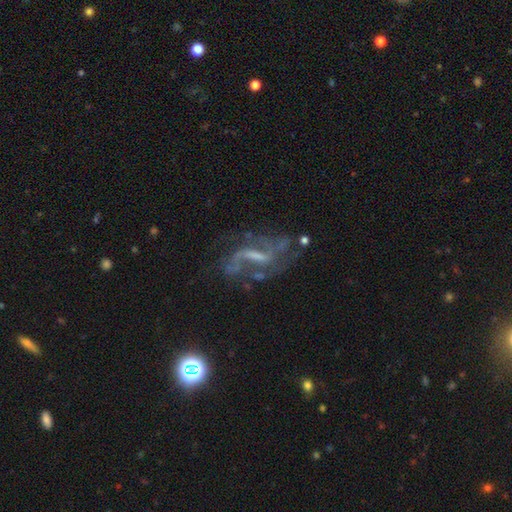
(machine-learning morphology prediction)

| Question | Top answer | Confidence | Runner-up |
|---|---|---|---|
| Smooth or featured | featured or disk | 82% | star or artifact (10%) |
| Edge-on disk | no | 94% | yes (6%) |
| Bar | weak | 46% | strong (38%) |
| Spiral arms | yes | 89% | no (11%) |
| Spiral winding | loose | 51% | medium (38%) |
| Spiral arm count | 2 | 65% | can't tell (15%) |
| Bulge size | none | 38% | small (34%) |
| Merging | none | 50% | major disturbance (25%) |